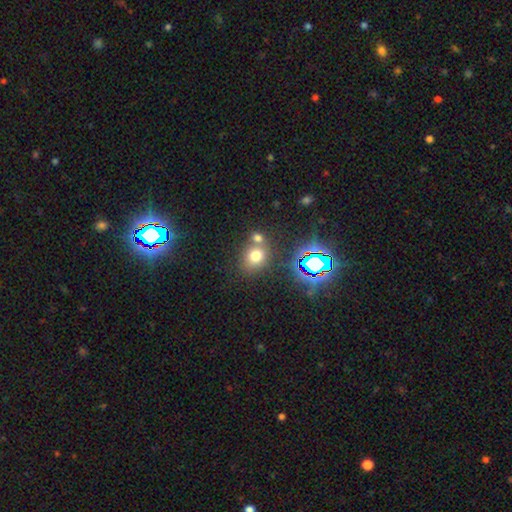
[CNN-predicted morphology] A smooth galaxy with no disk features (70%) that is round (68%). Merging: none (56%).